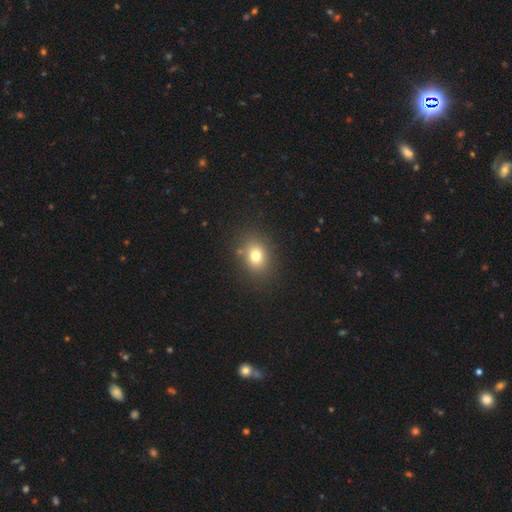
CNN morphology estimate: Q: Smooth or featured?
A: smooth (75%); runner-up: star or artifact (14%)
Q: How rounded?
A: round (51%); runner-up: in between (48%)
Q: Merging?
A: none (83%); runner-up: minor disturbance (10%)